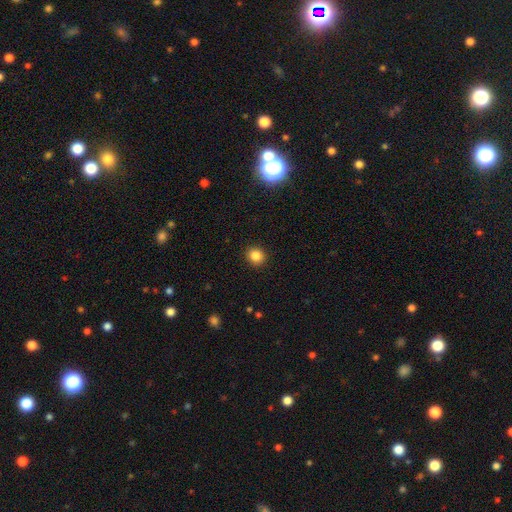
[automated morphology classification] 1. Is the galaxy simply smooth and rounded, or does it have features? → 84% smooth, 11% star or artifact, 4% featured or disk.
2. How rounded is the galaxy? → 86% round, 13% in between, 1% cigar-shaped.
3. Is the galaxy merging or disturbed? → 92% none, 5% minor disturbance, 2% major disturbance, 1% merger.